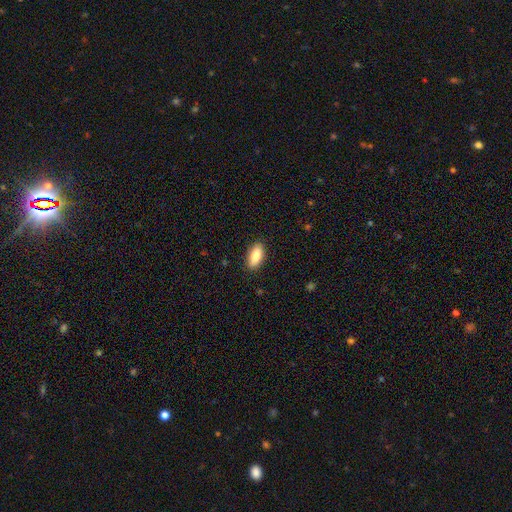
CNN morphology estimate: Smooth or featured? smooth (86%)
How rounded? in between (87%)
Merging? none (88%)